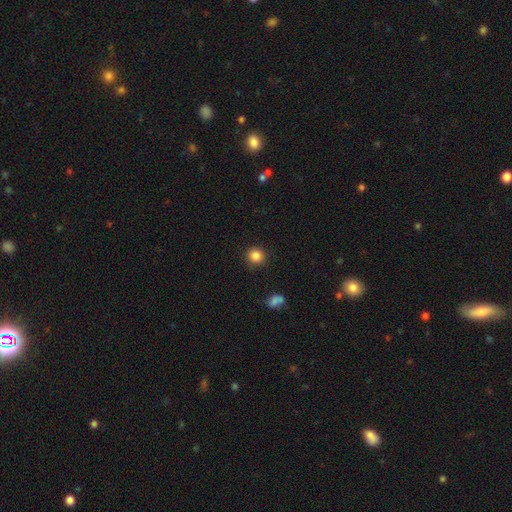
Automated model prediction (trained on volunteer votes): Overall: smooth (85%). How rounded: round (92%). Merging: none (89%).